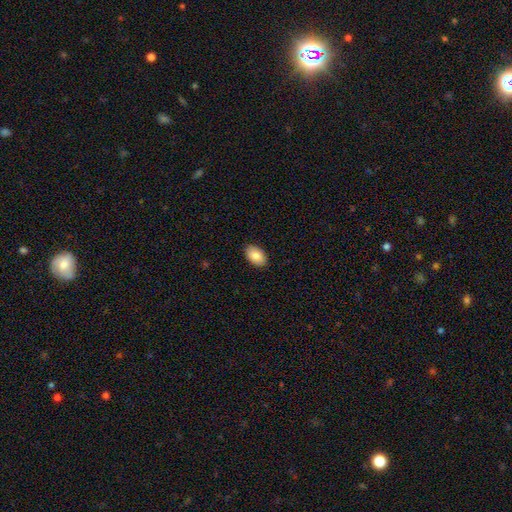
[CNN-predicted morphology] smooth 86%, featured or disk 7%, star or artifact 7%. Down the decision tree: how rounded — in between (92%); merging — none (89%).